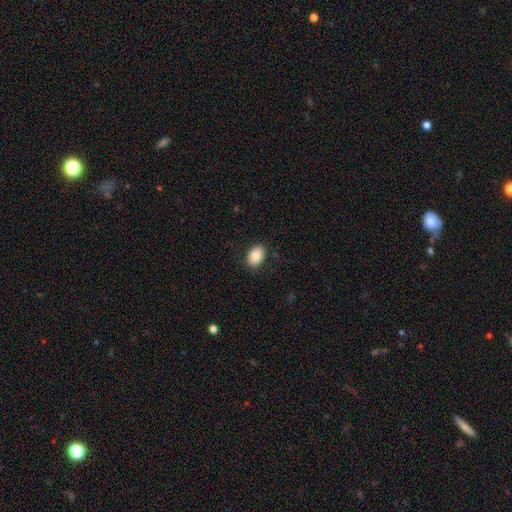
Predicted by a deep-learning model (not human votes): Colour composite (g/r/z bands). It shows a smooth galaxy with no disk features (83%) that is in between round and cigar-shaped (80%). Merging: none (87%).